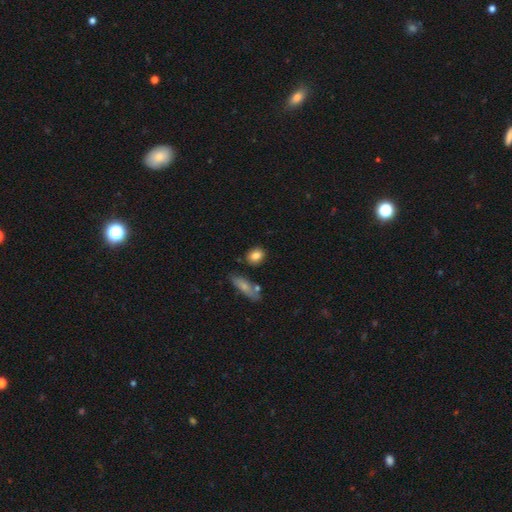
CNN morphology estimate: smooth 83%, featured or disk 9%, star or artifact 9%. Down the decision tree: how rounded — in between (51%); merging — none (80%).